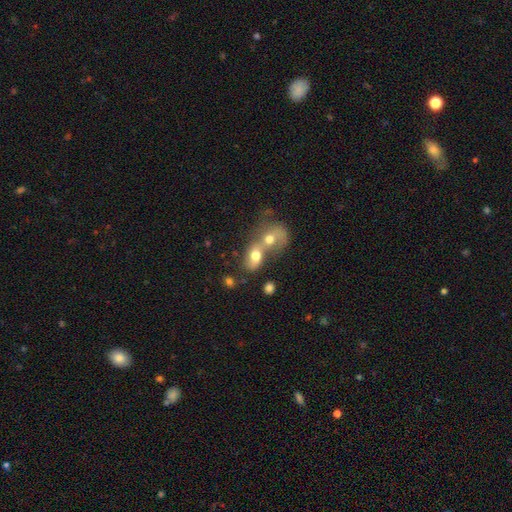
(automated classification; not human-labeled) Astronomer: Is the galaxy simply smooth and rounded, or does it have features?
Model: smooth — 66%.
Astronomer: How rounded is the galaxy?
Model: in between — 66%.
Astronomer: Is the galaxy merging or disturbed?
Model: merger — 76%.